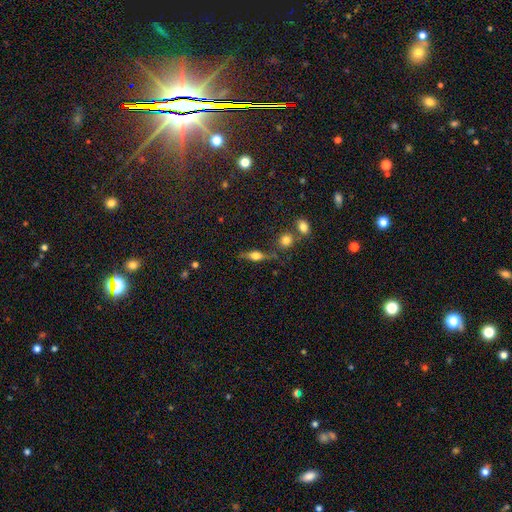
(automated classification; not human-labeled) A smooth galaxy with no disk features (46%). Merging: none (70%).